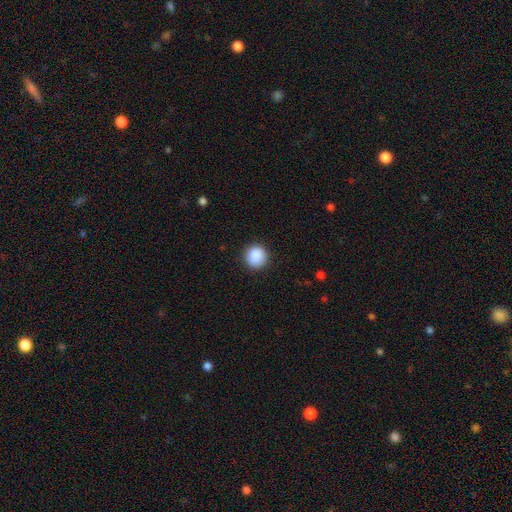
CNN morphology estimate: Overall: smooth (89%). How rounded: round (94%). Merging: none (90%).